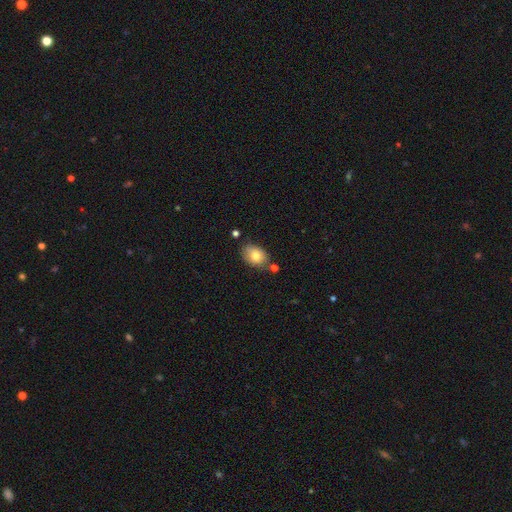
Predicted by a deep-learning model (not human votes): smooth_or_featured: smooth (p=0.79) [alt: featured or disk p=0.13]
how_rounded: in between (p=0.77) [alt: round p=0.21]
merging: none (p=0.71) [alt: minor disturbance p=0.18]